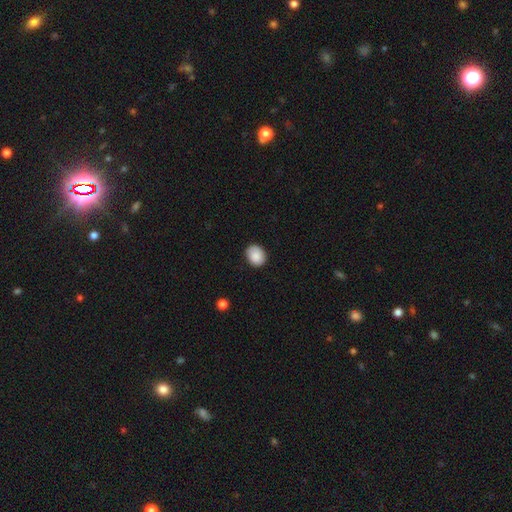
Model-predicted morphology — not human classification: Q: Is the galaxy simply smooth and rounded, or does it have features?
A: smooth — 89%.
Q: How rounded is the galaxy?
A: in between — 50%.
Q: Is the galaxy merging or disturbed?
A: none — 85%.